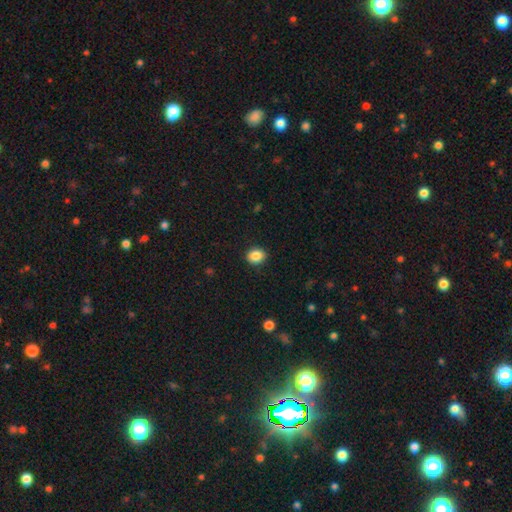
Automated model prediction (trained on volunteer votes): A smooth galaxy with no disk features (87%) that is round (63%). Merging: none (89%).